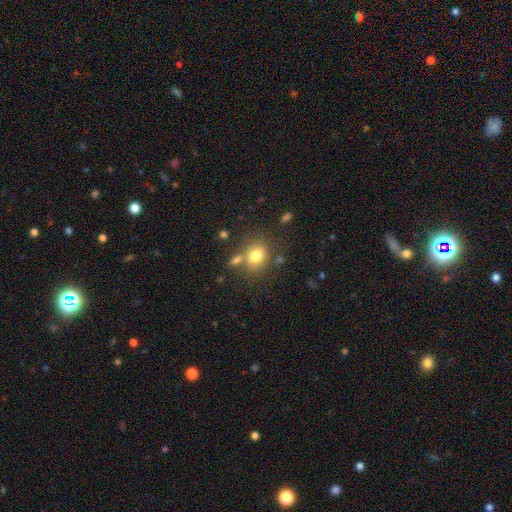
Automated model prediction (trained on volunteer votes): A smooth galaxy with no disk features (78%) that is in between round and cigar-shaped (49%, tied with round).

Vote fractions:
- Smooth or featured? smooth: 78% / star or artifact: 11% / featured or disk: 11%
- How rounded? in between: 49% (tied) / round: 49% (tied) / cigar-shaped: 1%
- Merging? none: 64% / merger: 17% / minor disturbance: 14% / major disturbance: 5%